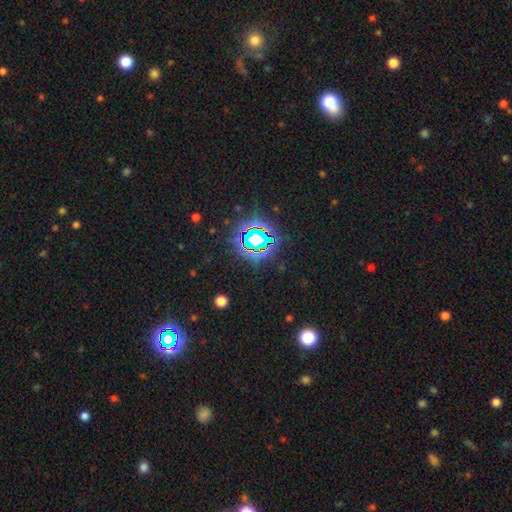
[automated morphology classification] A star or artifact, not a galaxy (82%).

Vote fractions:
- Smooth or featured? star or artifact: 82% / smooth: 11% / featured or disk: 7%